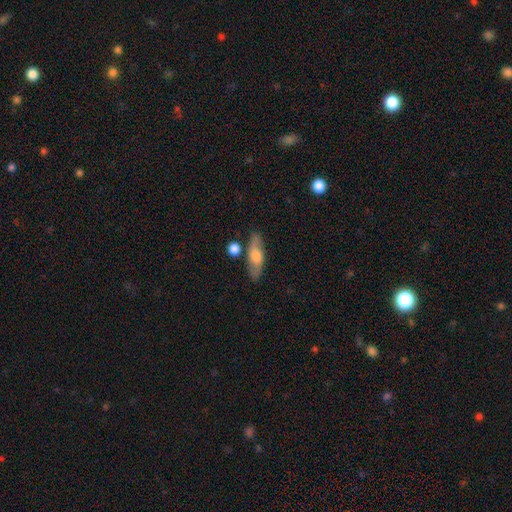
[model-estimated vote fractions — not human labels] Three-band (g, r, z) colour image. It shows a smooth galaxy with no disk features (47%). Merging: none (78%).